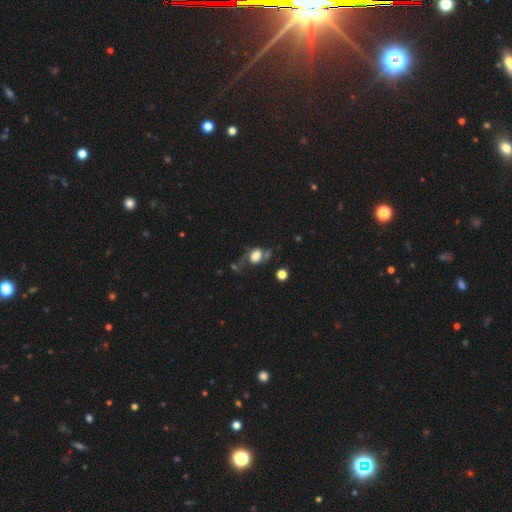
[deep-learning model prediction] This appears to be a smooth galaxy with no disk features (54%) that is in between round and cigar-shaped (64%). Merging: none (38%).